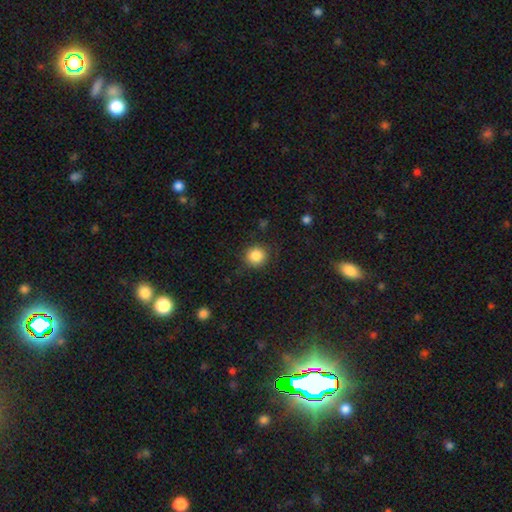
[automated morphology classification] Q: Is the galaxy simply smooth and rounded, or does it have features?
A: smooth — 86%.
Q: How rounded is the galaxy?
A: round — 90%.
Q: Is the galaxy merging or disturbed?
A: none — 86%.